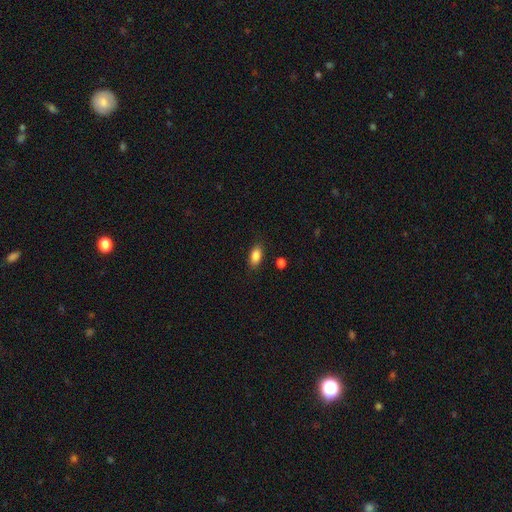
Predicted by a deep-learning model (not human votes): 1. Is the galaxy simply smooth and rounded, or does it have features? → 86% smooth, 8% star or artifact, 6% featured or disk.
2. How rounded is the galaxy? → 88% in between, 6% cigar-shaped, 6% round.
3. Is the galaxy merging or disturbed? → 86% none, 10% minor disturbance, 3% major disturbance, 2% merger.